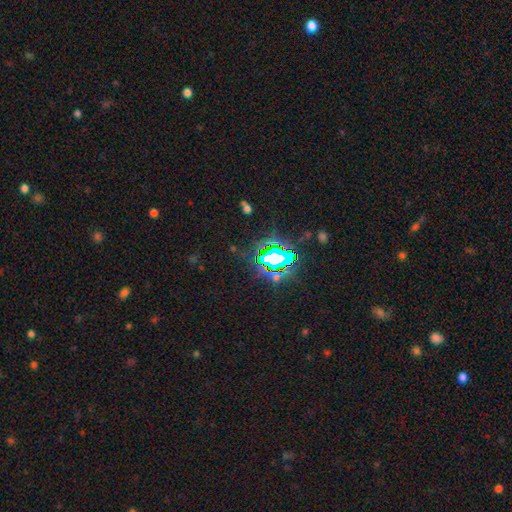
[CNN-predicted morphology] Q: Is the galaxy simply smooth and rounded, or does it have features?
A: star or artifact — 83%.